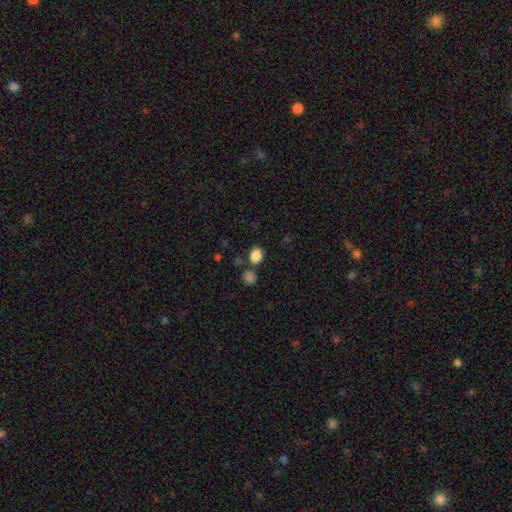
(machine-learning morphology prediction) The model was most divided on "how rounded": in between: 52%, round: 47%, cigar-shaped: 1%. More confident: smooth or featured — smooth (86%); merging — none (72%).